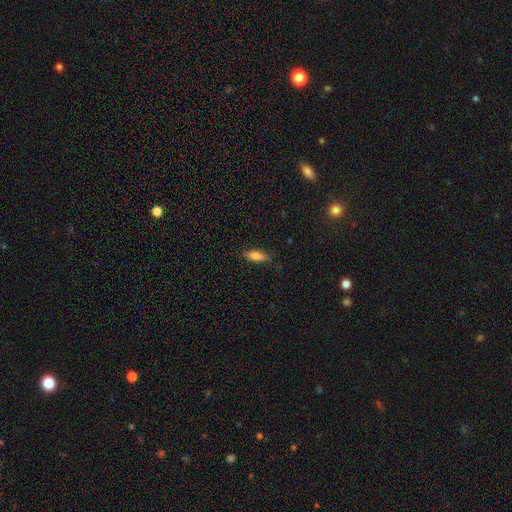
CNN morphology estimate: Smooth or featured? Predicted: smooth (p=0.76). How rounded? Predicted: in between (p=0.67). Merging? Predicted: none (p=0.80).